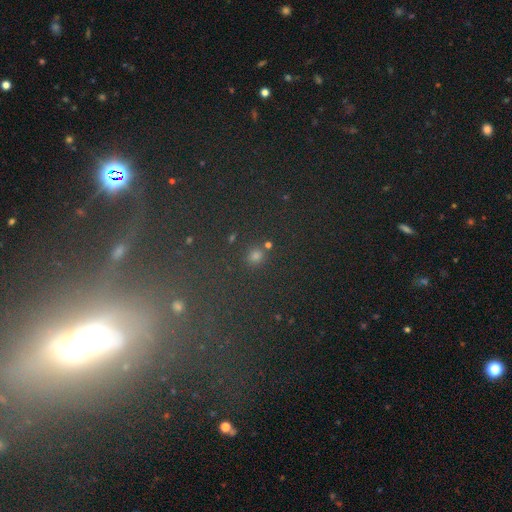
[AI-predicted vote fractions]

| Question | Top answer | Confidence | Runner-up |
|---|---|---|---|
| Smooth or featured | smooth | 59% | star or artifact (34%) |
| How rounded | round | 86% | in between (12%) |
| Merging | none | 83% | minor disturbance (8%) |